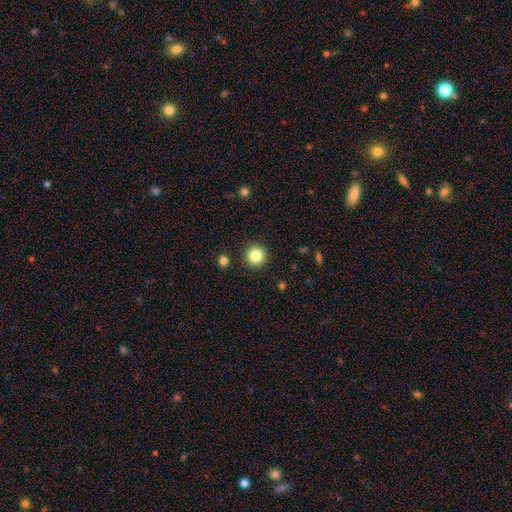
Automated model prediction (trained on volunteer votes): The model was most divided on "smooth or featured": smooth: 84%, star or artifact: 11%, featured or disk: 5%. More confident: how rounded — round (96%); merging — none (92%).